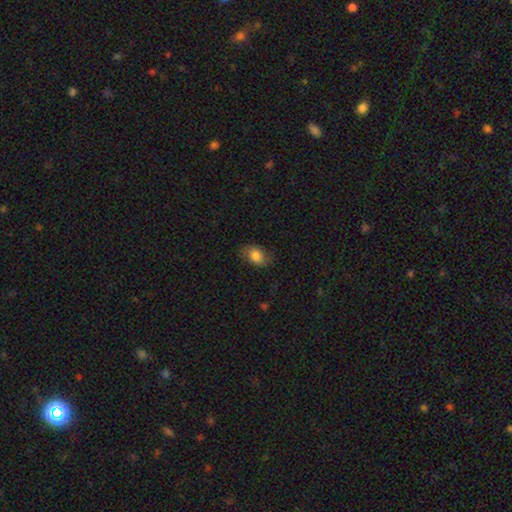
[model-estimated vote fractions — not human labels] smooth 80%, featured or disk 12%, star or artifact 8%. Down the decision tree: how rounded — in between (76%); merging — none (74%).